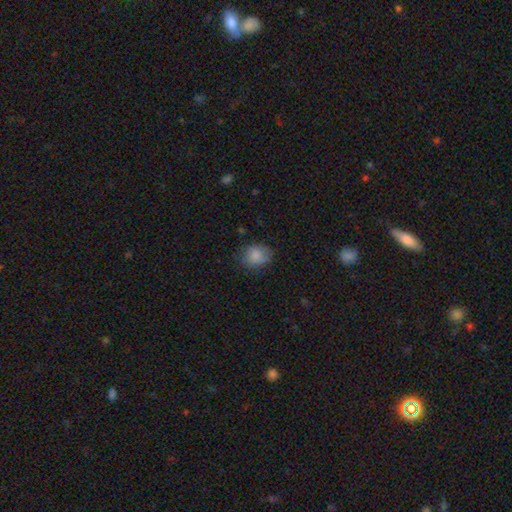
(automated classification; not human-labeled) This appears to be a smooth galaxy with no disk features (85%) that is round (56%). Merging: none (72%).